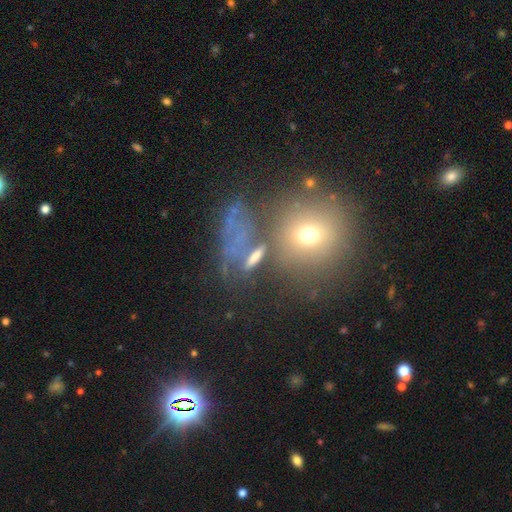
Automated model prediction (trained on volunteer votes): Overall: smooth (51%; featured or disk 29%). How rounded: in between (47%; round 31%). Merging: none (51%; merger 19%).